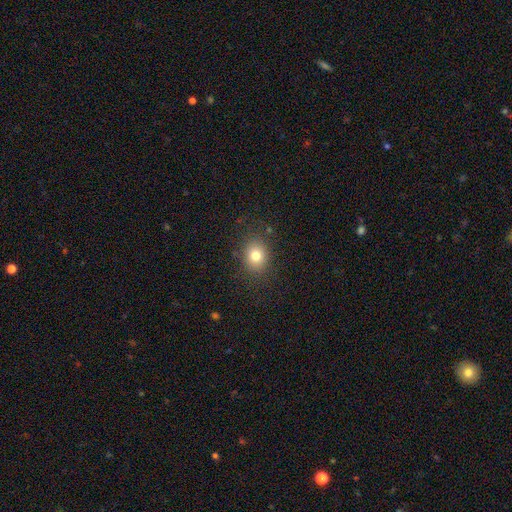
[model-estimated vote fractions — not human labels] smooth 79%, star or artifact 12%, featured or disk 9%. Down the decision tree: how rounded — round (57%); merging — none (85%).